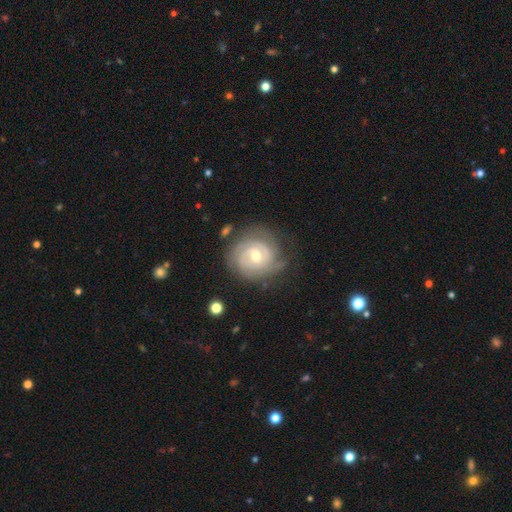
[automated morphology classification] A featured or disk galaxy (86%) with no bar (54%), 2 (31%) tight (76%) spiral arms (96%) and a moderate central bulge (59%). Merging: none (73%).